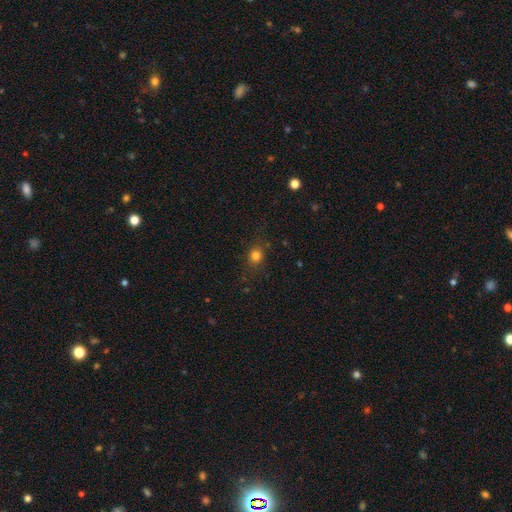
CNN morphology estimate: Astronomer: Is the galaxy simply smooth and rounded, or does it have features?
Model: smooth — 79%.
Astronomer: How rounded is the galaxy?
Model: round — 72%.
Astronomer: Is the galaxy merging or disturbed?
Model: none — 81%.